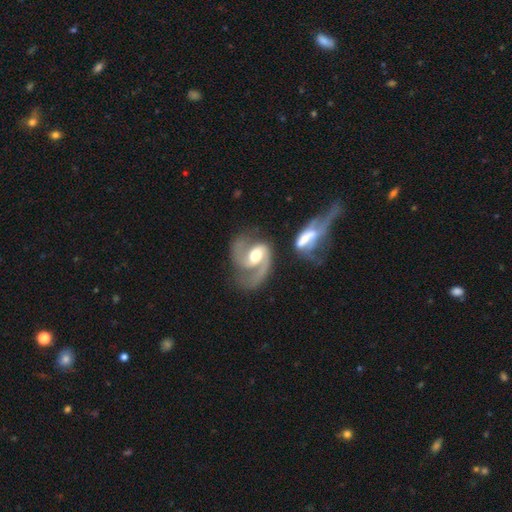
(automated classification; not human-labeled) featured or disk 89%, smooth 7%, star or artifact 4%. Down the decision tree: edge-on disk — no (98%); bar — weak (42%); spiral arms — yes (97%); spiral arm count — 2 (83%); spiral winding — medium (57%); bulge size — moderate (66%); merging — none (45%).